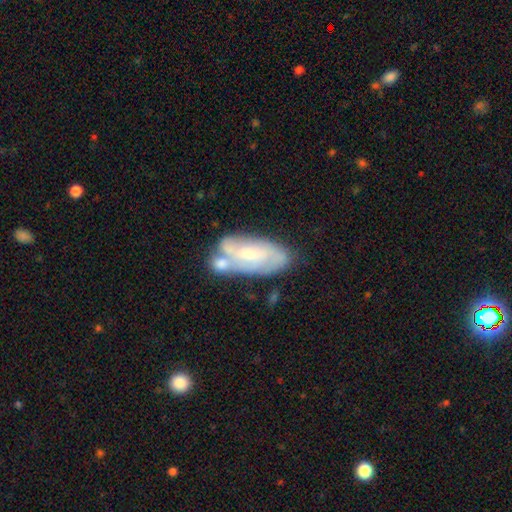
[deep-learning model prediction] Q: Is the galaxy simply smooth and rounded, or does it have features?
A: featured or disk — 60%.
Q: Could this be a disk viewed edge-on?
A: no — 91%.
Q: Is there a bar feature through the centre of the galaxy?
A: no — 49%.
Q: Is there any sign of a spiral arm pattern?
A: yes — 72%.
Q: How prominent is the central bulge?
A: small — 46%.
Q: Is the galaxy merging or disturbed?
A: none — 42%.